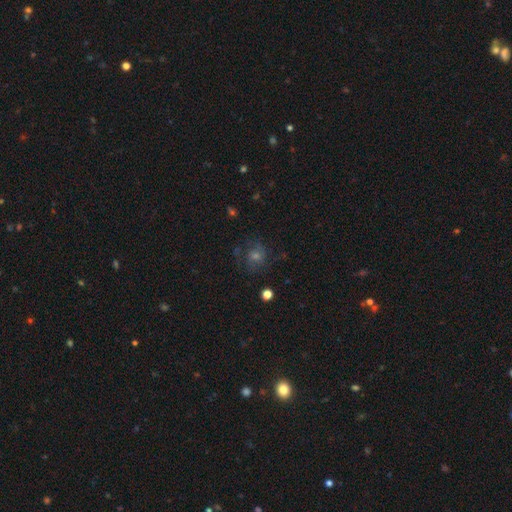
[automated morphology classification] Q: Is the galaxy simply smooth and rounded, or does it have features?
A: featured or disk — 42%.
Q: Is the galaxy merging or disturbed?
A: none — 72%.